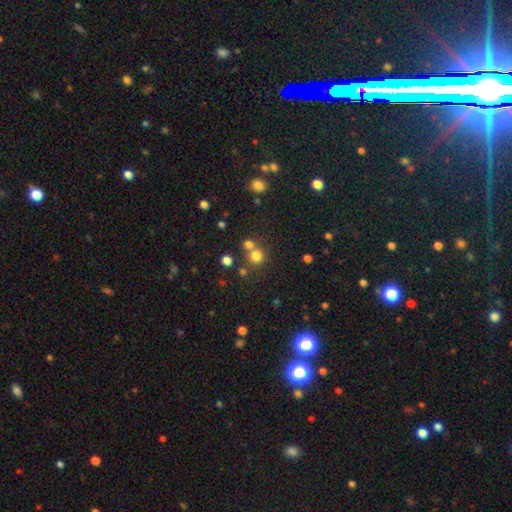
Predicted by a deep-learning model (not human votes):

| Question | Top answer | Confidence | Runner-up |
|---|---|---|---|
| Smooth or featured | smooth | 76% | star or artifact (17%) |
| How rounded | round | 90% | in between (9%) |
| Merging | none | 61% | merger (28%) |